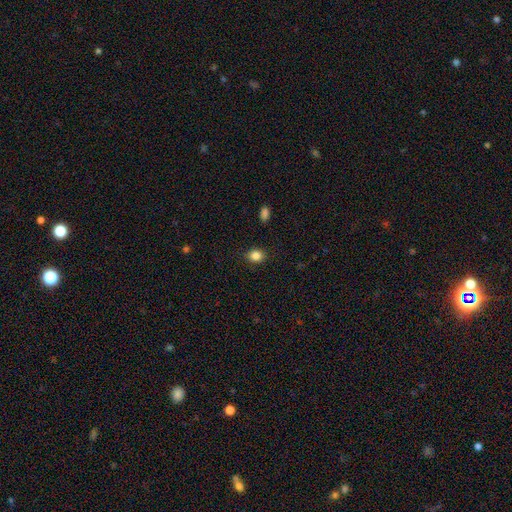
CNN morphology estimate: Overall: smooth (85%). How rounded: round (59%; in between 40%). Merging: none (89%).